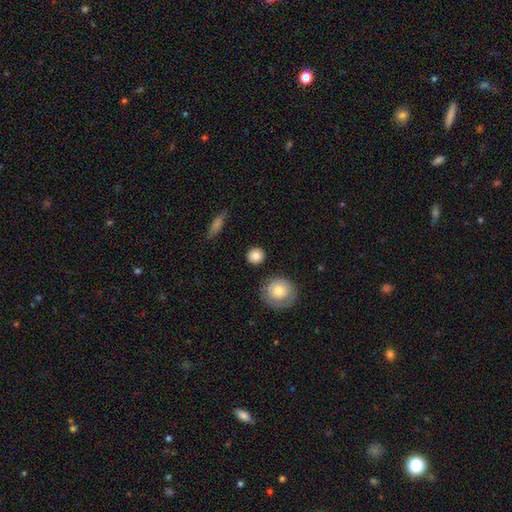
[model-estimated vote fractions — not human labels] This is clearly a smooth galaxy (83%). How rounded: clearly round (91%). Merging: clearly none (88%).